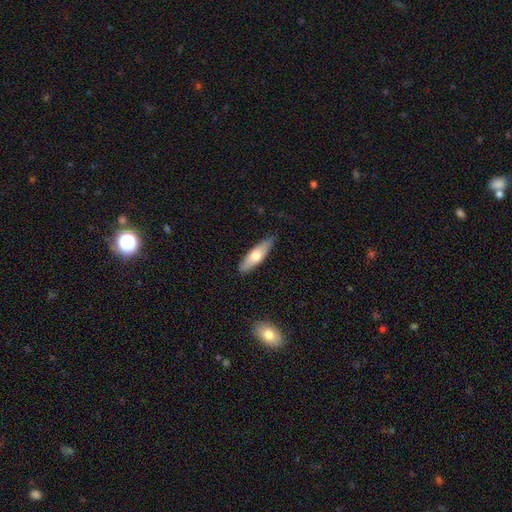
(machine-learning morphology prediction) Smooth or featured? smooth (66%)
How rounded? cigar-shaped (56%)
Merging? none (84%)